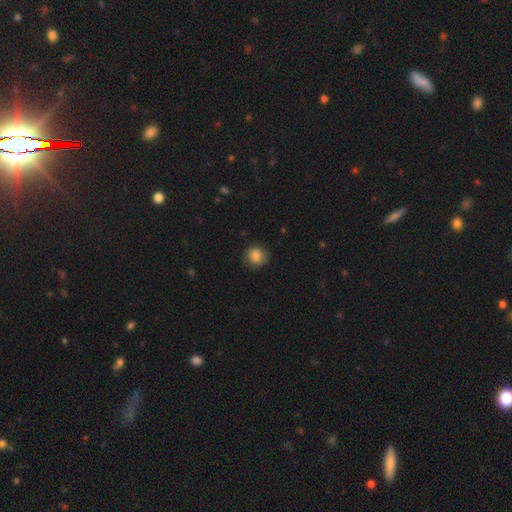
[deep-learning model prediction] Smooth or featured? smooth (84%)
How rounded? round (88%)
Merging? none (88%)